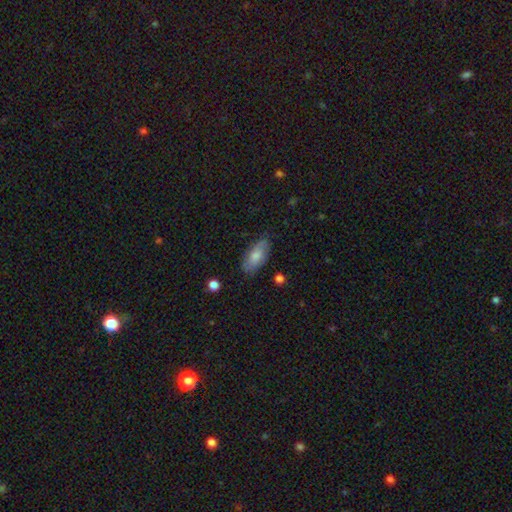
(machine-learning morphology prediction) Smooth or featured: smooth — 71% (featured or disk — 23%)
How rounded: in between — 90% (cigar-shaped — 8%)
Merging: none — 77% (minor disturbance — 17%)